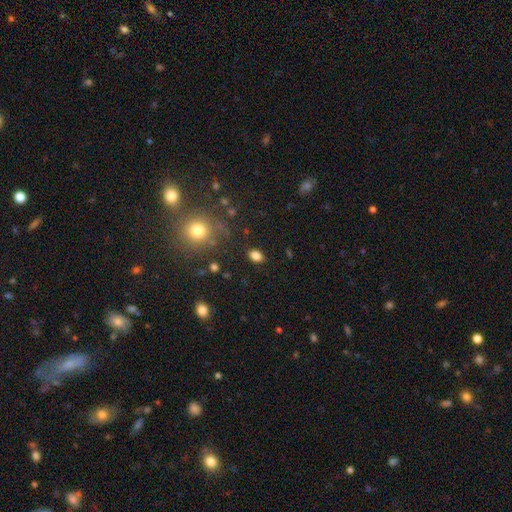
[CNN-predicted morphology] Q: Smooth or featured?
A: smooth (83%); runner-up: star or artifact (12%)
Q: How rounded?
A: in between (80%); runner-up: round (18%)
Q: Merging?
A: none (86%); runner-up: minor disturbance (9%)